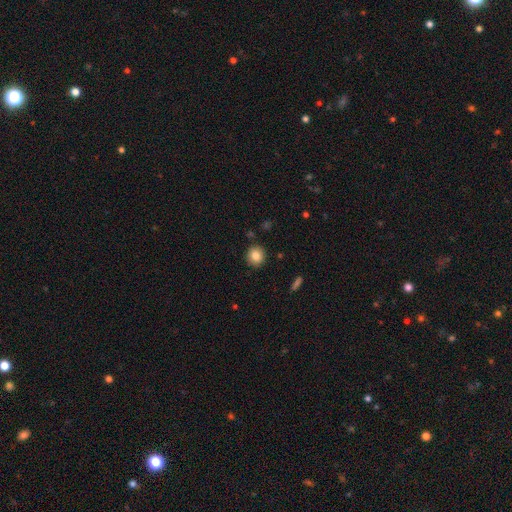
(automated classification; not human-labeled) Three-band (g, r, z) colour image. It shows a smooth galaxy with no disk features (84%) that is round (89%). Merging: none (90%).